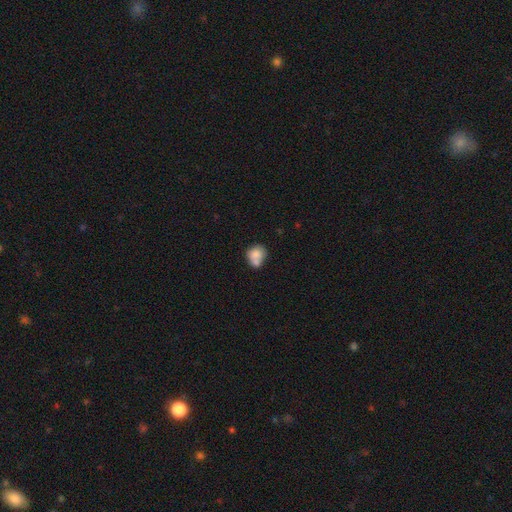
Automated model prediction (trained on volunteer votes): This appears to be a smooth galaxy with no disk features (76%) that is round (67%). Merging: merger (45%).